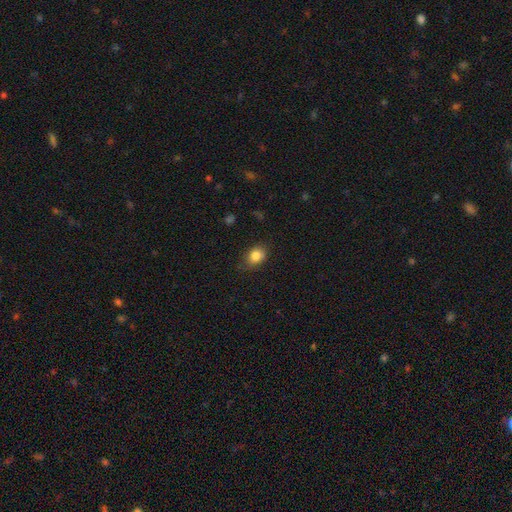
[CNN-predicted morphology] smooth 84%, star or artifact 9%, featured or disk 6%. Down the decision tree: how rounded — in between (59%); merging — none (76%).